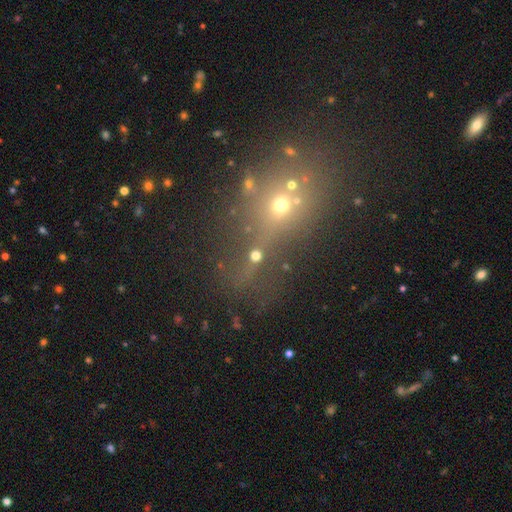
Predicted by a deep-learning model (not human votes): This is possibly a smooth galaxy (53%). How rounded: likely round (71%). Merging: marginally none (45%).